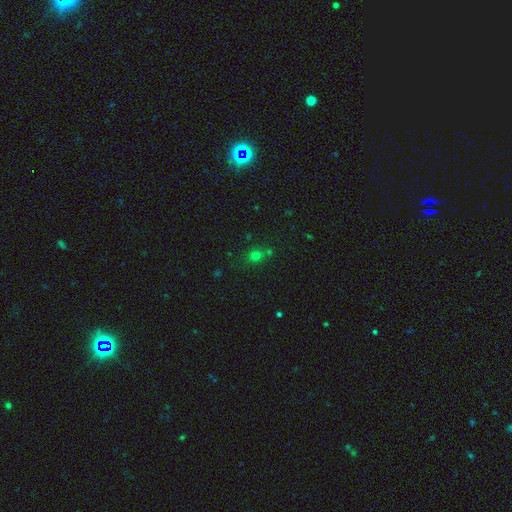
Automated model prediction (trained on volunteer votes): Smooth or featured? Predicted: smooth (p=0.66). How rounded? Predicted: round (p=0.78). Merging? Predicted: none (p=0.71).